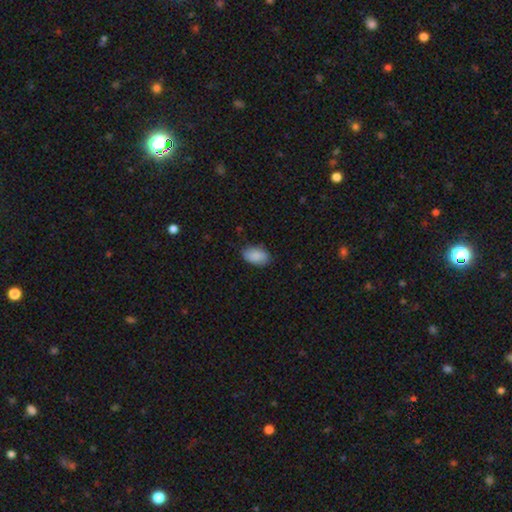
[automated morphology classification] This appears to be a smooth galaxy with no disk features (89%) that is in between round and cigar-shaped (92%). Merging: none (80%).